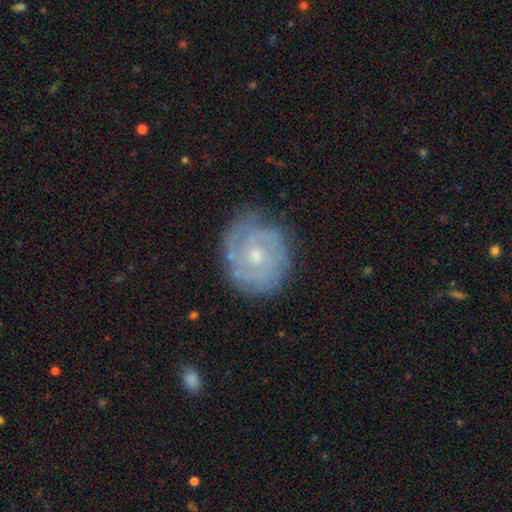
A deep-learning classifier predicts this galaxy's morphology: The model was most divided on "bulge size": small: 54%, moderate: 42%, none: 2%, large: 1%, dominant: 1%. Remaining: edge-on disk — no (97%); spiral arms — yes (86%); bar — no (75%); smooth or featured — featured or disk (75%); merging — none (74%); spiral winding — tight (68%); spiral arm count — can't tell (44%).